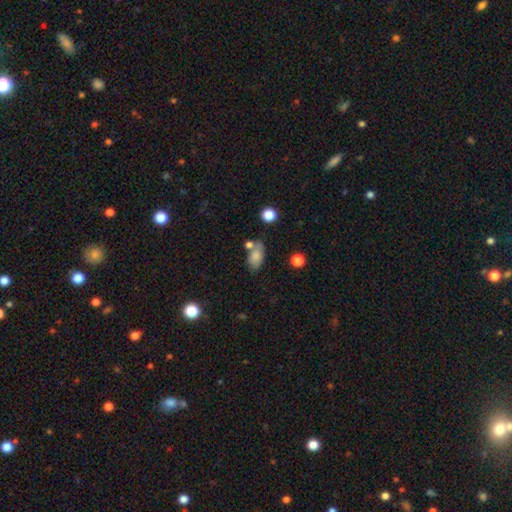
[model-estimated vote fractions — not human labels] A smooth galaxy with no disk features (79%) that is in between round and cigar-shaped (90%). Merging: none (53%).